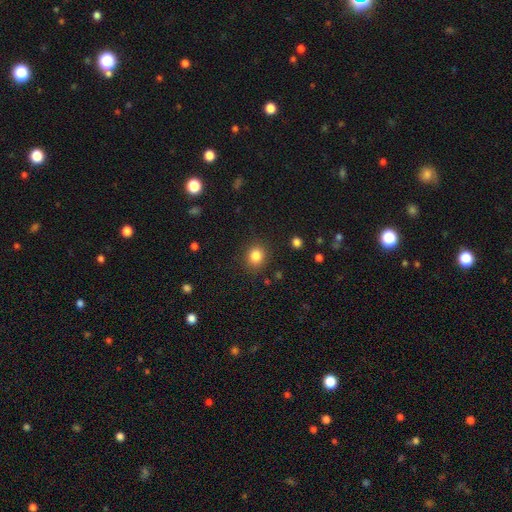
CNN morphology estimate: Smooth or featured? smooth (84%)
How rounded? round (76%)
Merging? none (87%)